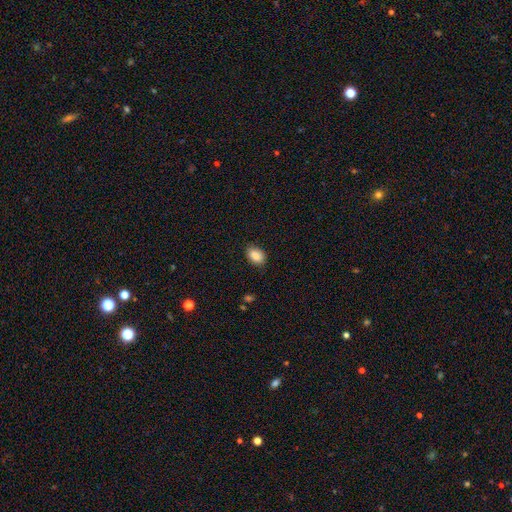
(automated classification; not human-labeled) The model was most divided on "how rounded": in between: 82%, round: 17%, cigar-shaped: 1%. More confident: smooth or featured — smooth (89%); merging — none (84%).